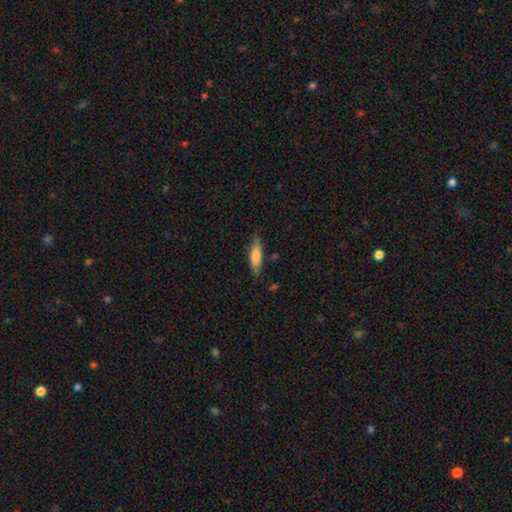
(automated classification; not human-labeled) Q: Smooth or featured?
A: smooth (74%); runner-up: featured or disk (20%)
Q: How rounded?
A: cigar-shaped (58%); runner-up: in between (41%)
Q: Merging?
A: none (79%); runner-up: minor disturbance (17%)